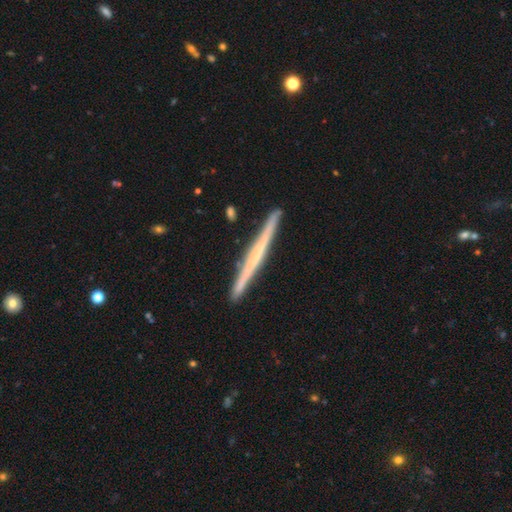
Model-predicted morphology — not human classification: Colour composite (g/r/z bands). It shows a featured or disk galaxy (62%) viewed edge-on (98%) with no central bulge (74%). Merging: none (92%).